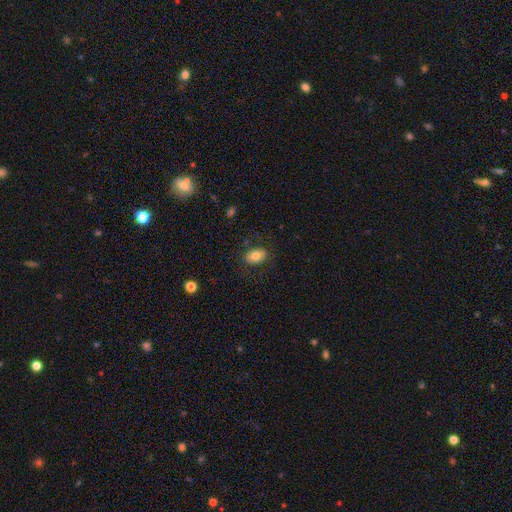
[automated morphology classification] This is likely a smooth galaxy (76%). How rounded: clearly in between (80%). Merging: clearly none (82%).